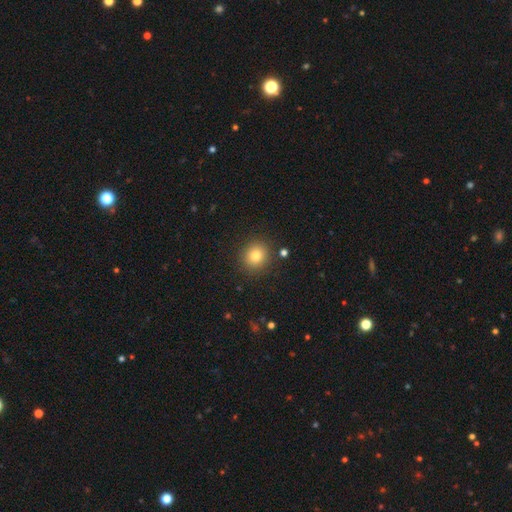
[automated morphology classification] Smooth or featured? Predicted: smooth (p=0.80). How rounded? Predicted: round (p=0.86). Merging? Predicted: none (p=0.89).